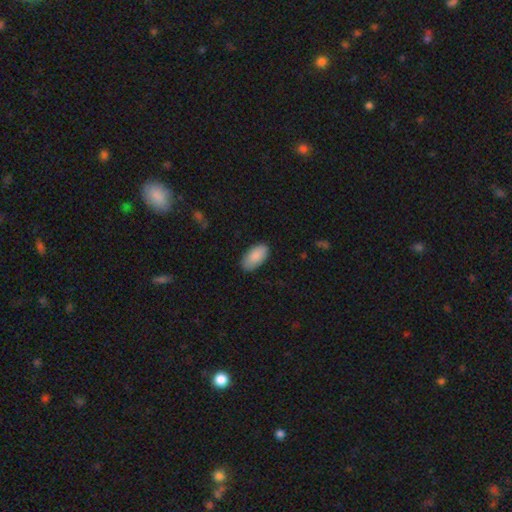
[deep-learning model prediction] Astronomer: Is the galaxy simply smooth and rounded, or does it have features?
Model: smooth — 89%.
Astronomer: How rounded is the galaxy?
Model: in between — 95%.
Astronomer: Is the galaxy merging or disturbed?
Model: none — 85%.